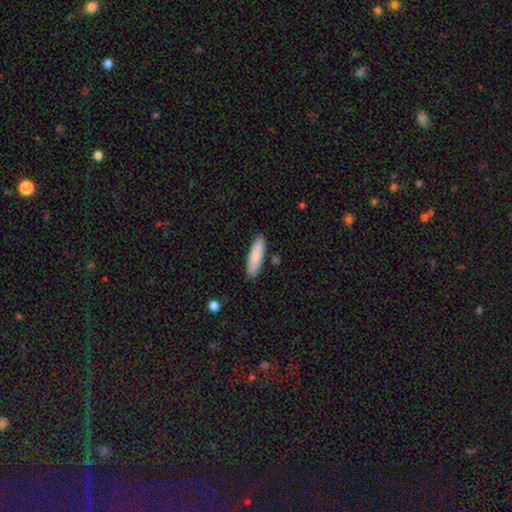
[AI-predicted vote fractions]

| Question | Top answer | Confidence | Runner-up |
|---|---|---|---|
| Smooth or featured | smooth | 85% | featured or disk (9%) |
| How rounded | cigar-shaped | 69% | in between (30%) |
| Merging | none | 86% | minor disturbance (10%) |